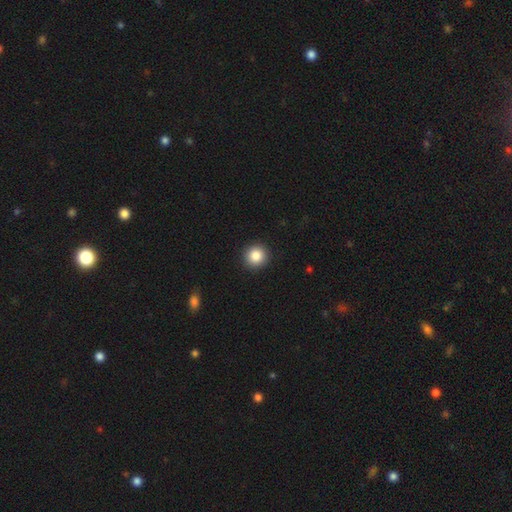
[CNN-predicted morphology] Overall: smooth (85%). How rounded: round (93%). Merging: none (92%).